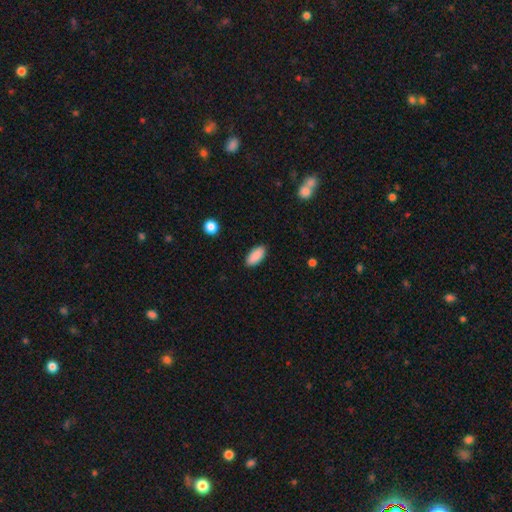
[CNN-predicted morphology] smooth-or-featured: smooth: 90% | star or artifact: 7% | featured or disk: 3%
  how-rounded: in between: 90% | cigar-shaped: 8% | round: 2%
  merging: none: 89% | minor disturbance: 8% | major disturbance: 2% | merger: 1%